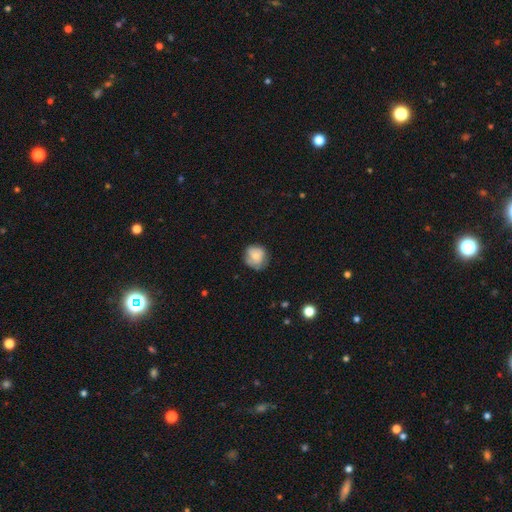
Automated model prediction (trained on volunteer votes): smooth-or-featured: smooth: 63% | featured or disk: 28% | star or artifact: 8%
  how-rounded: round: 82% | in between: 17% | cigar-shaped: 1%
  merging: none: 66% | minor disturbance: 25% | major disturbance: 7% | merger: 2%